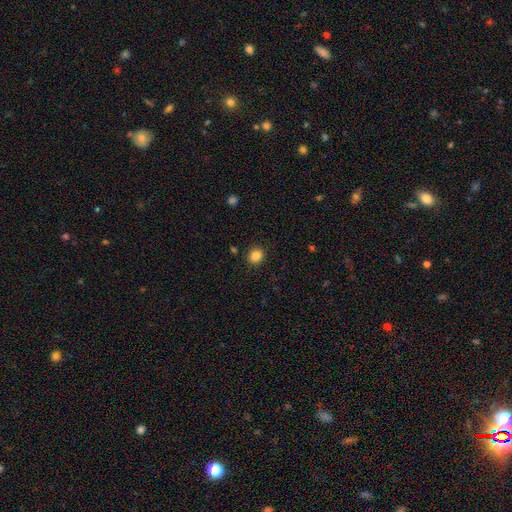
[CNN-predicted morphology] Smooth or featured: smooth — 85% (star or artifact — 11%)
How rounded: round — 77% (in between — 22%)
Merging: none — 89% (minor disturbance — 7%)